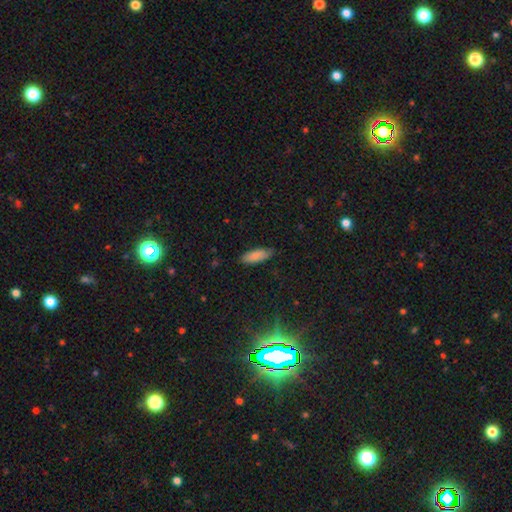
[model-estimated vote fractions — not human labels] The model was most divided on "how rounded": in between: 67%, cigar-shaped: 31%, round: 2%. More confident: smooth or featured — smooth (86%); merging — none (82%).